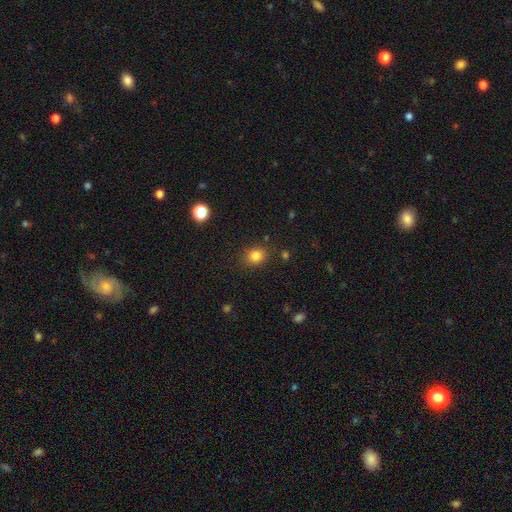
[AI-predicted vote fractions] This appears to be a smooth galaxy with no disk features (82%) that is round (62%). Merging: none (84%).